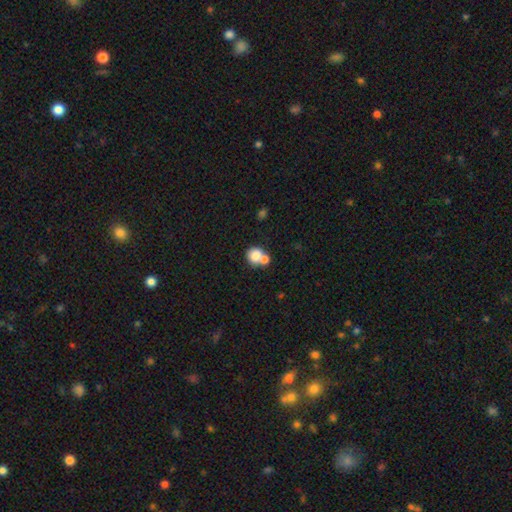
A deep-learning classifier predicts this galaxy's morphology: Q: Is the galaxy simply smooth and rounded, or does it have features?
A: smooth — 76%.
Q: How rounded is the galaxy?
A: round — 69%.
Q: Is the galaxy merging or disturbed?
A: merger — 54%.